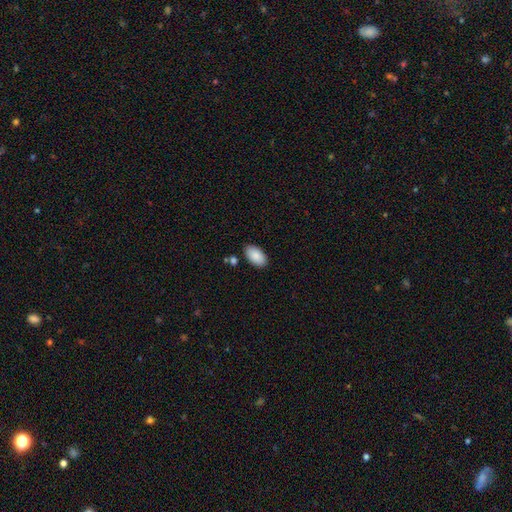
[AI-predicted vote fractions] This appears to be a smooth galaxy with no disk features (89%) that is in between round and cigar-shaped (96%). Merging: none (86%).